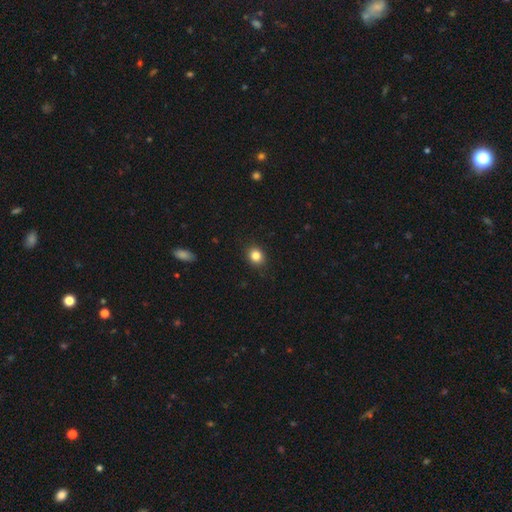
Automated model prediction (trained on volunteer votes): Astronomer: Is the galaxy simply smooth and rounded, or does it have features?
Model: smooth — 84%.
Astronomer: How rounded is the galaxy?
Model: round — 69%.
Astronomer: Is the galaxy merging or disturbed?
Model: none — 90%.